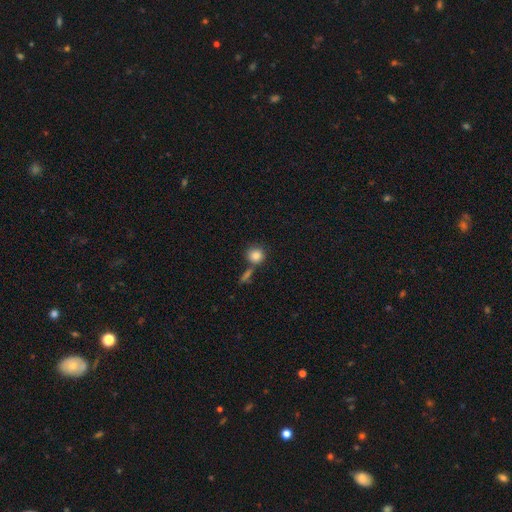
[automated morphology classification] Overall: smooth (85%). How rounded: round (88%). Merging: none (66%).